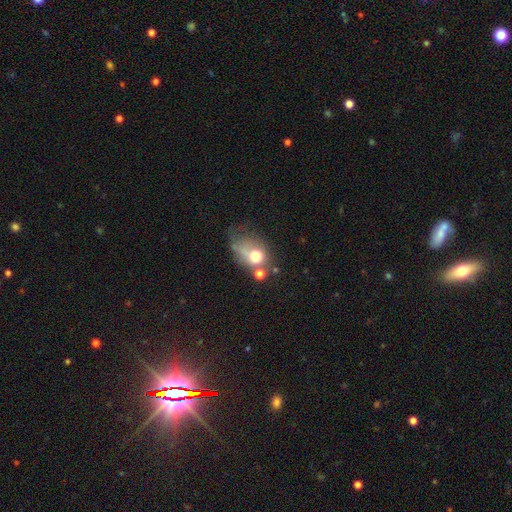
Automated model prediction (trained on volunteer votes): Smooth or featured: smooth — 60% (featured or disk — 26%)
How rounded: in between — 60% (round — 38%)
Merging: major disturbance — 36% (merger — 26%)